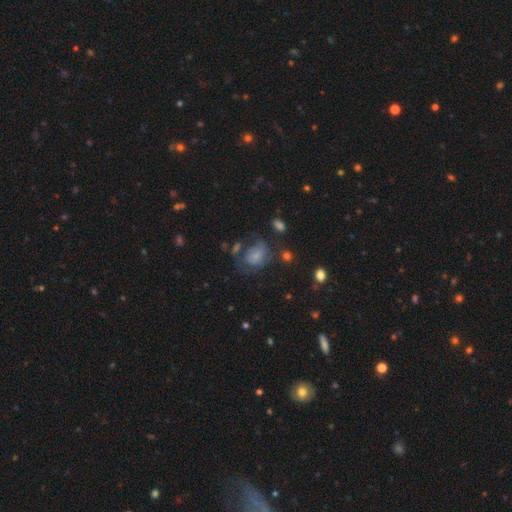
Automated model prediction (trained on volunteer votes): This appears to be a smooth galaxy with no disk features (58%) that is in between round and cigar-shaped (55%). Merging: none (39%).